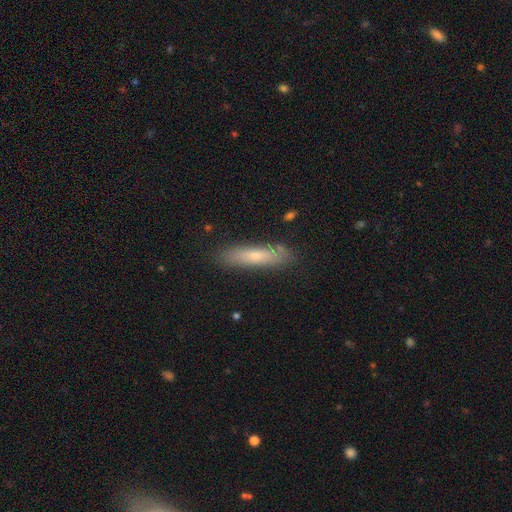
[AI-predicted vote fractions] Smooth or featured? Predicted: smooth (p=0.65). How rounded? Predicted: cigar-shaped (p=0.80). Merging? Predicted: none (p=0.84).